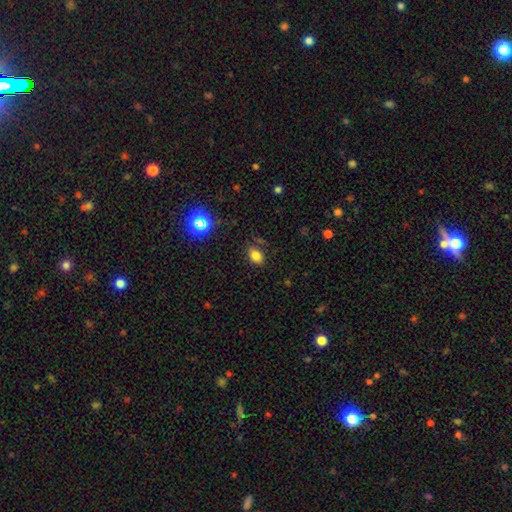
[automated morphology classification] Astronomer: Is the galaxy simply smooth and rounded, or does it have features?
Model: smooth — 78%.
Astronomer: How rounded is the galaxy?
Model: in between — 79%.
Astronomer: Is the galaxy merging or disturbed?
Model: none — 79%.